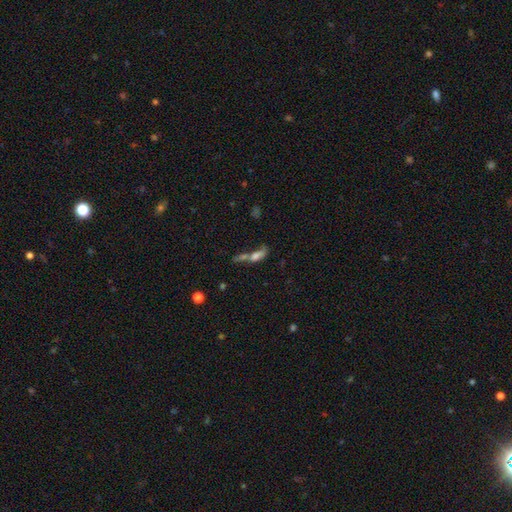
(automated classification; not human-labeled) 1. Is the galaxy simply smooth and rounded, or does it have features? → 58% smooth, 29% featured or disk, 13% star or artifact.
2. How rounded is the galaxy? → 55% in between, 38% cigar-shaped, 7% round.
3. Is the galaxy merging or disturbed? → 51% merger, 21% none, 16% major disturbance, 11% minor disturbance.